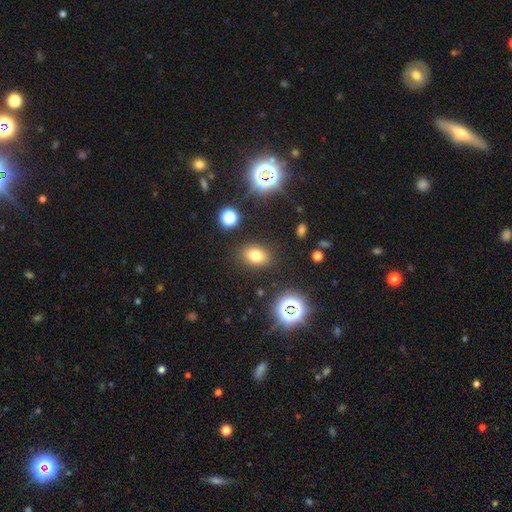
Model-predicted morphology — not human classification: smooth 73%, star or artifact 17%, featured or disk 10%. Down the decision tree: how rounded — in between (69%); merging — none (86%).